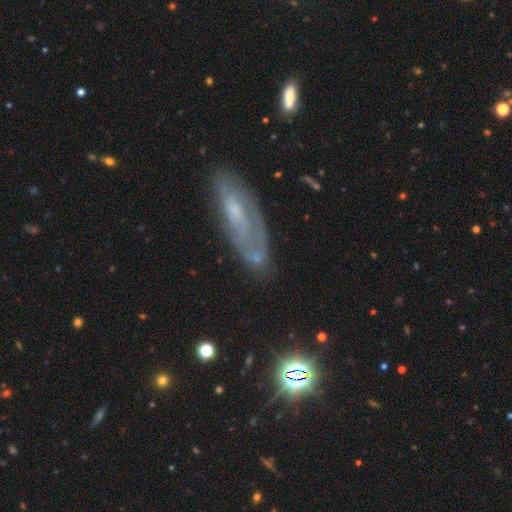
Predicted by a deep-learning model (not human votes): A featured or disk galaxy (48%). Merging: none (65%).